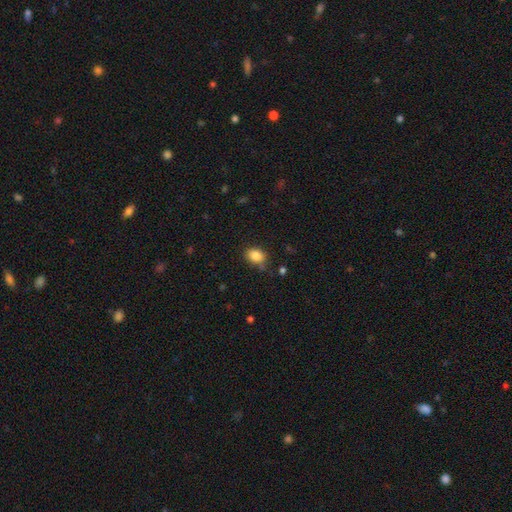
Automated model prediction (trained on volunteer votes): The model was most divided on "how rounded": in between: 67%, round: 32%, cigar-shaped: 1%. More confident: smooth or featured — smooth (86%); merging — none (79%).